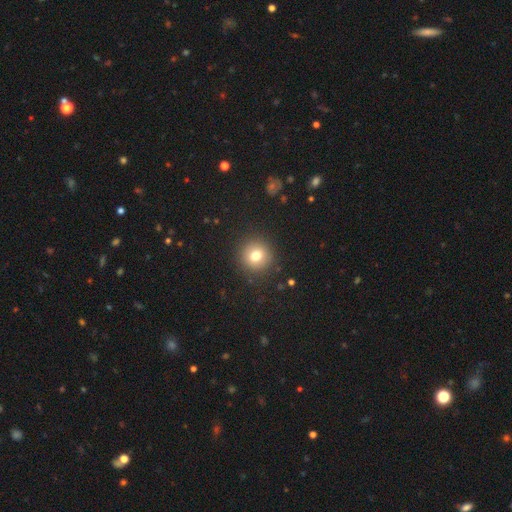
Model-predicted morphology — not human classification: This is likely a smooth galaxy (77%). How rounded: clearly round (94%). Merging: clearly none (91%).